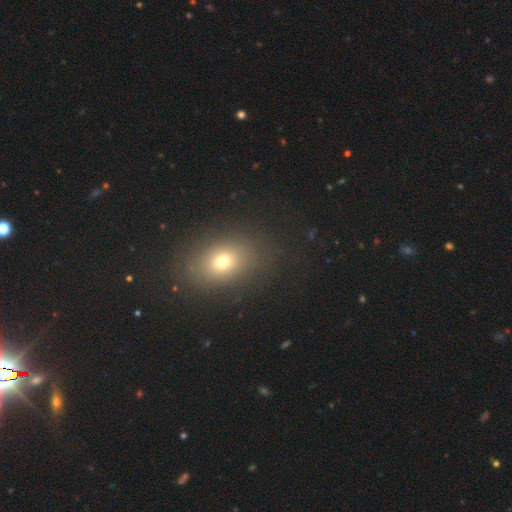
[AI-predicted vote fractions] This is likely a smooth galaxy (67%). How rounded: likely in between (68%). Merging: clearly none (87%).